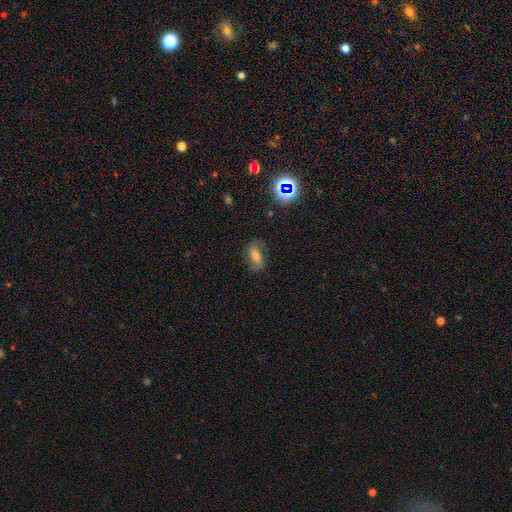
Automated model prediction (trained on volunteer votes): This appears to be a smooth galaxy with no disk features (45%). Merging: none (74%).